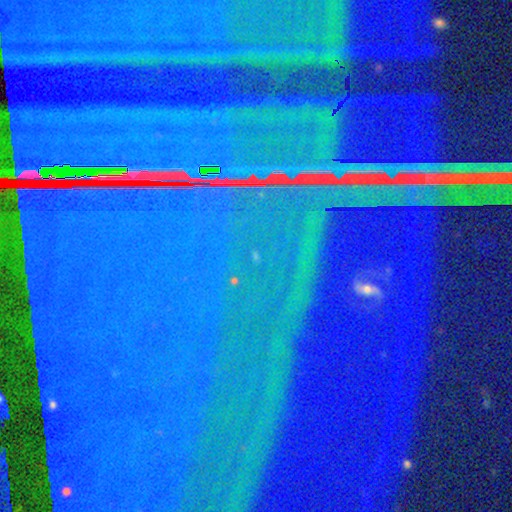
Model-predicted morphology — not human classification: This appears to be a star or artifact, not a galaxy (86%).